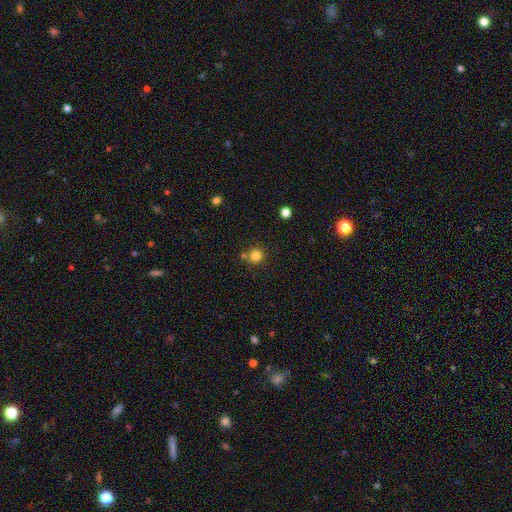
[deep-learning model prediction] Morphology: type=smooth (81%); roundness=round (93%); merging=none (75%).